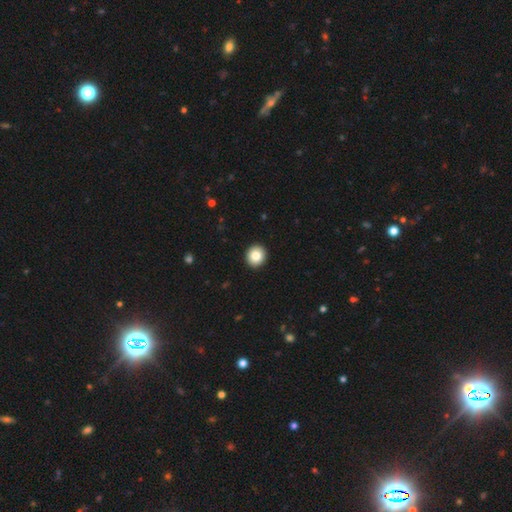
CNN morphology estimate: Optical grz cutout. It shows a smooth galaxy with no disk features (84%) that is round (89%). Merging: none (93%).